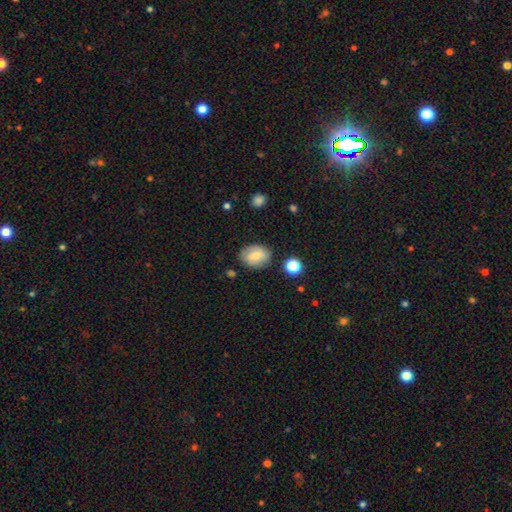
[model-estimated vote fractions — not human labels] smooth 55%, featured or disk 37%, star or artifact 9%. Down the decision tree: how rounded — in between (67%); merging — none (77%).